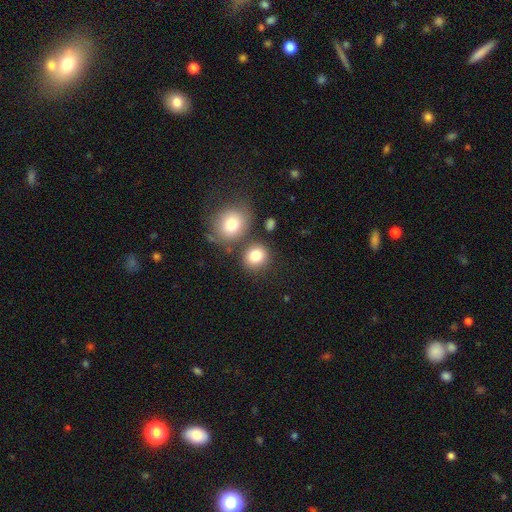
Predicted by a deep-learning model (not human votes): smooth 82%, star or artifact 10%, featured or disk 8%. Down the decision tree: how rounded — round (76%); merging — none (71%).